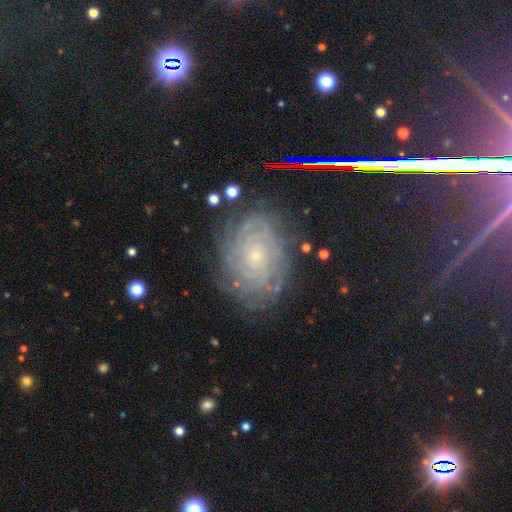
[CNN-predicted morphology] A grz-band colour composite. It shows a featured or disk galaxy (77%) with no bar (79%), tight (80%) spiral arms (95%) and a small central bulge (83%). Merging: none (79%).